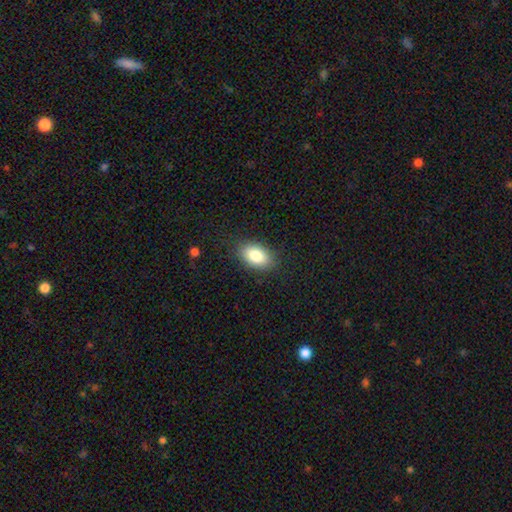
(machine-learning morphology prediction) This appears to be a smooth galaxy with no disk features (83%) that is in between round and cigar-shaped (89%). Merging: none (84%).